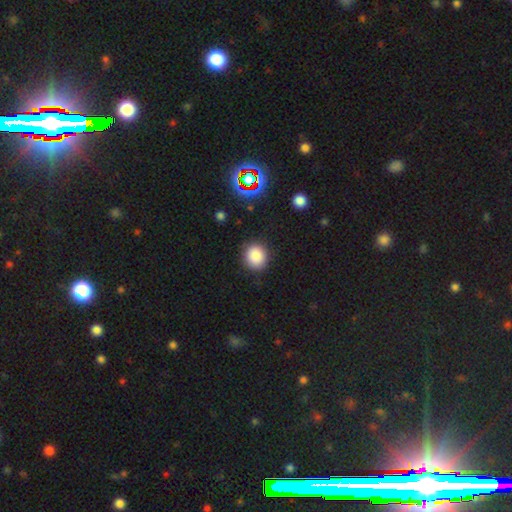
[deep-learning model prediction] A smooth galaxy with no disk features (85%) that is round (79%).

Vote fractions:
- Smooth or featured? smooth: 85% / star or artifact: 11% / featured or disk: 4%
- How rounded? round: 79% / in between: 20% / cigar-shaped: 1%
- Merging? none: 88% / minor disturbance: 8% / major disturbance: 2% / merger: 1%